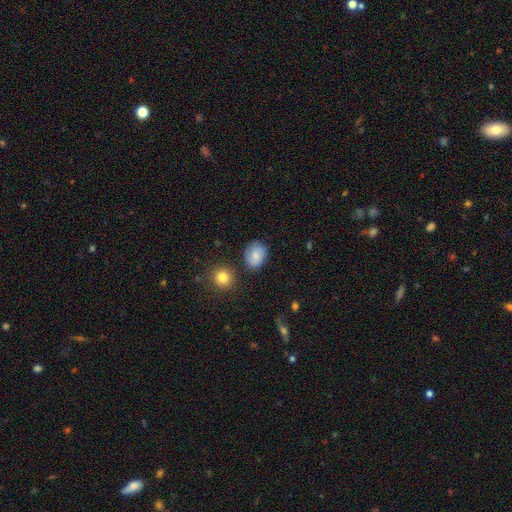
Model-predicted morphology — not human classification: Overall: smooth (76%). How rounded: round (50%; in between 49%). Merging: none (75%).